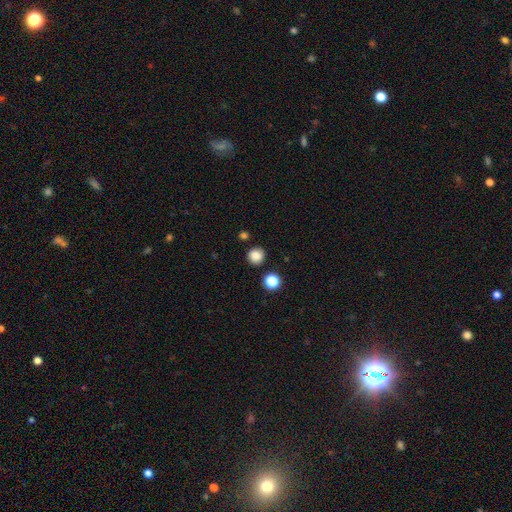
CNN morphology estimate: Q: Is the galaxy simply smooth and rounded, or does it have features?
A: smooth — 85%.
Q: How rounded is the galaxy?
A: round — 91%.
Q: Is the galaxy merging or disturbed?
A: none — 86%.